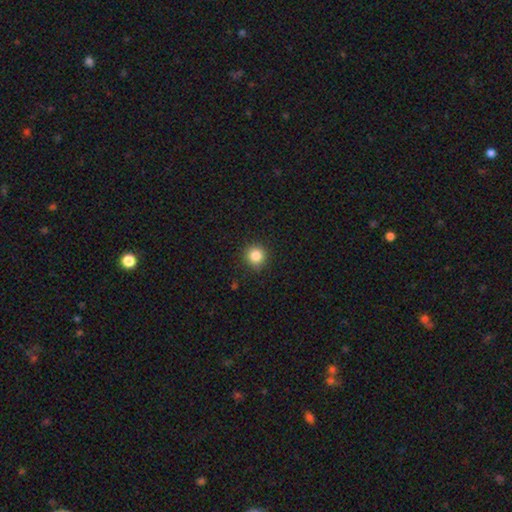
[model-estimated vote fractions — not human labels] The model was most divided on "smooth or featured": smooth: 85%, star or artifact: 11%, featured or disk: 4%. More confident: how rounded — round (94%); merging — none (89%).